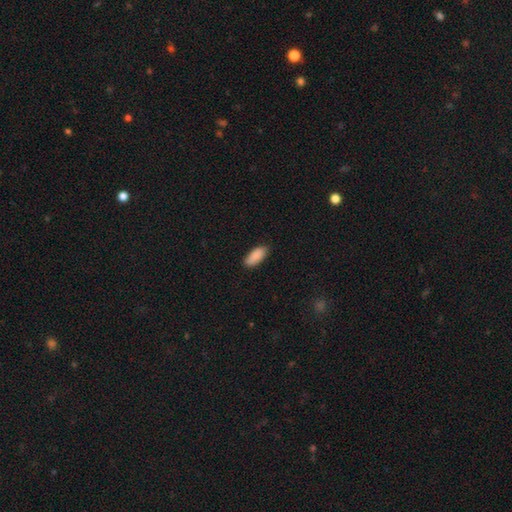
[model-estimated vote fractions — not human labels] Q: Smooth or featured?
A: smooth (89%); runner-up: star or artifact (6%)
Q: How rounded?
A: in between (84%); runner-up: cigar-shaped (14%)
Q: Merging?
A: none (83%); runner-up: minor disturbance (14%)